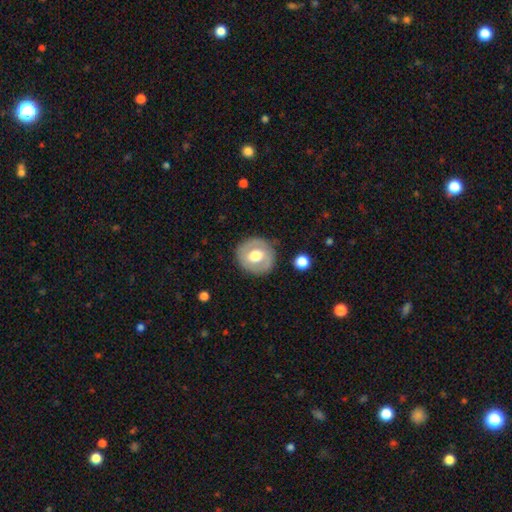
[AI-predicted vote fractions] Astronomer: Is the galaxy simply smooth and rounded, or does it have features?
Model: featured or disk — 49% (runner-up: smooth, 45%).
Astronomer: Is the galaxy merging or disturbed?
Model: none — 82%.